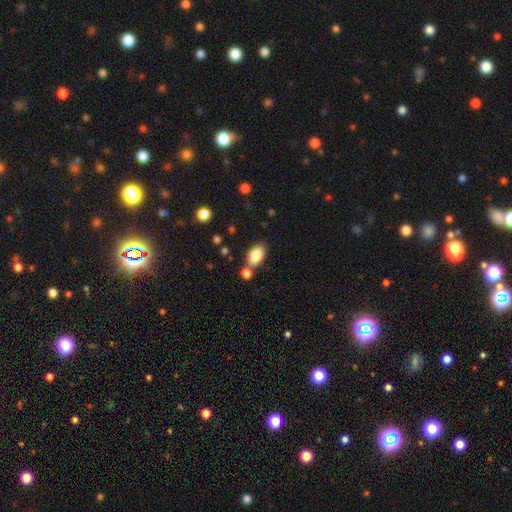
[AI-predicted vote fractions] This appears to be a smooth galaxy with no disk features (85%) that is in between round and cigar-shaped (91%). Merging: none (68%).